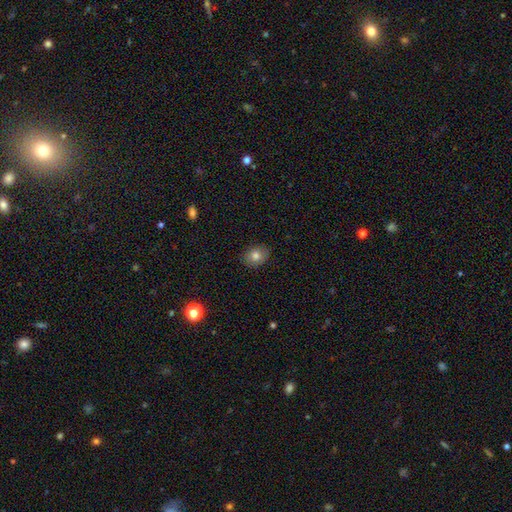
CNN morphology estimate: Smooth or featured?
  - smooth: 80% *
  - featured or disk: 10%
  - star or artifact: 10%
How rounded?
  - in between: 60% *
  - round: 39%
  - cigar-shaped: 1%
Merging?
  - none: 86% *
  - minor disturbance: 11%
  - major disturbance: 2%
  - merger: 1%